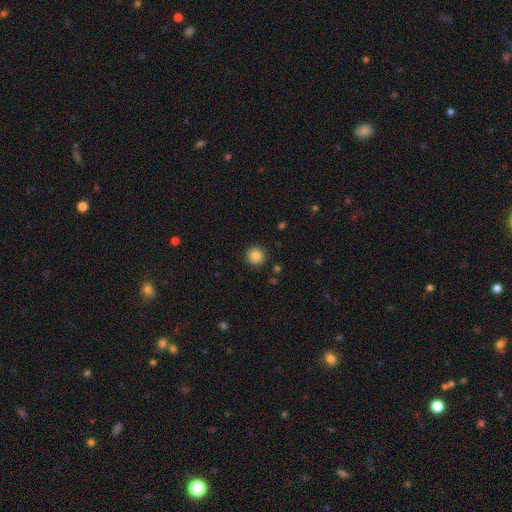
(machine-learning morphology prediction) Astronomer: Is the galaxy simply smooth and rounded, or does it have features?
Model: smooth — 84%.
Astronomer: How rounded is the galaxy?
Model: round — 95%.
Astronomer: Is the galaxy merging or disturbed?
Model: none — 91%.